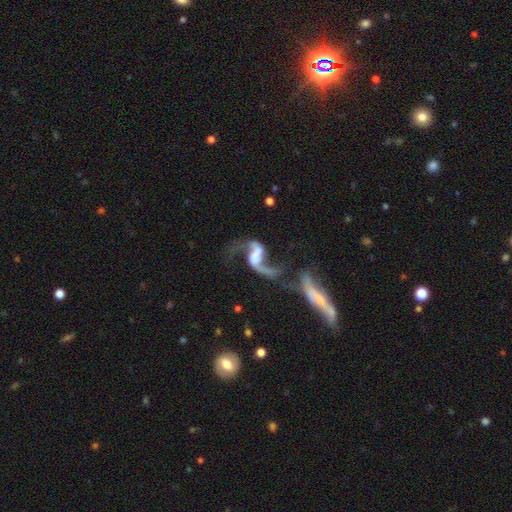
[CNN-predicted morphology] Smooth or featured: featured or disk — 88% (smooth — 6%)
Edge-on disk: no — 97% (yes — 3%)
Bar: weak — 37% (no — 34%)
Spiral arms: yes — 95% (no — 5%)
Spiral winding: loose — 85% (medium — 13%)
Spiral arm count: 2 — 92% (1 — 4%)
Bulge size: none — 49% (large — 17%)
Merging: none — 43% (merger — 26%)